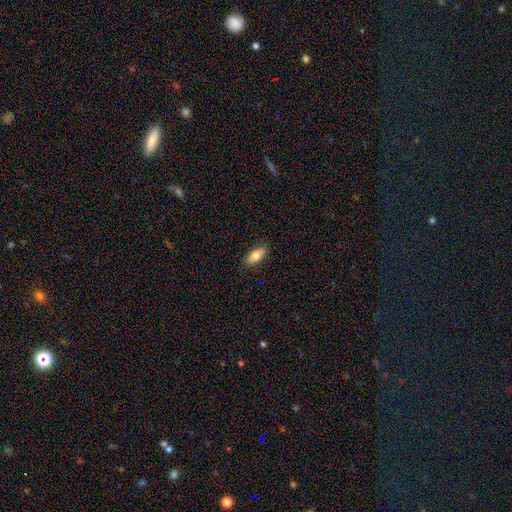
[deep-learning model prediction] Smooth or featured? smooth (78%)
How rounded? in between (84%)
Merging? none (86%)